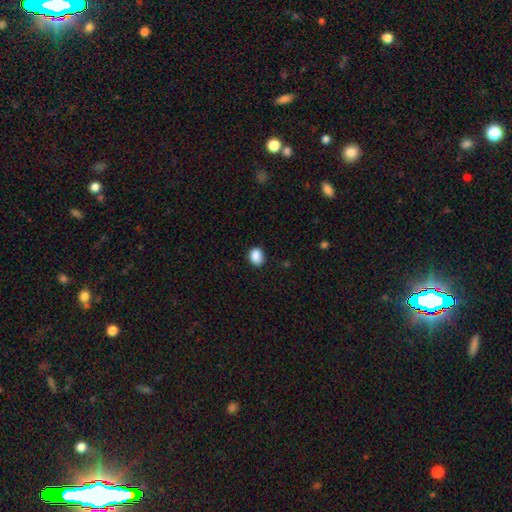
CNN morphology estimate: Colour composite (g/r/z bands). It shows a smooth galaxy with no disk features (89%) that is in between round and cigar-shaped (51%). Merging: none (84%).